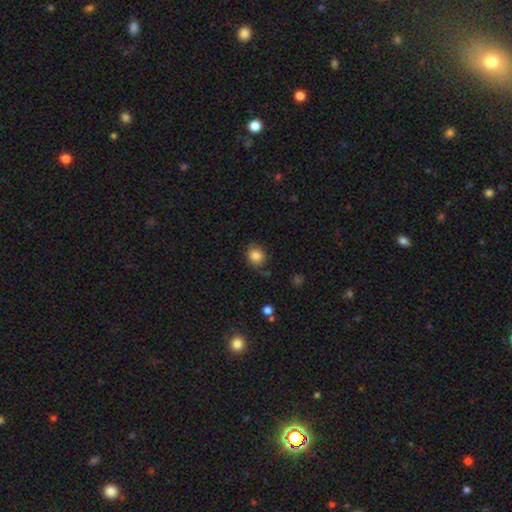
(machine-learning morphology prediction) This is clearly a smooth galaxy (84%). How rounded: likely round (80%). Merging: clearly none (82%).